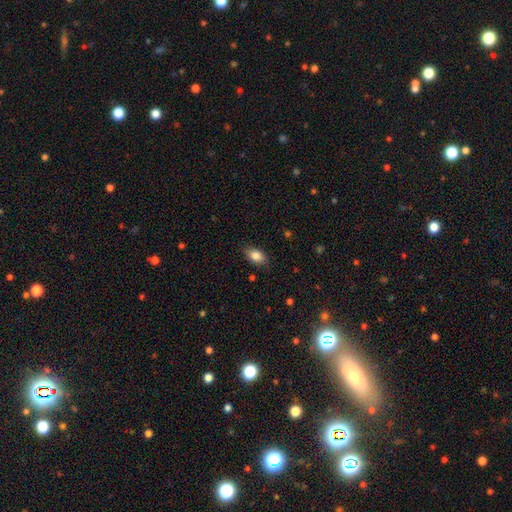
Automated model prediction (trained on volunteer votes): Smooth or featured? smooth (85%)
How rounded? in between (89%)
Merging? none (83%)